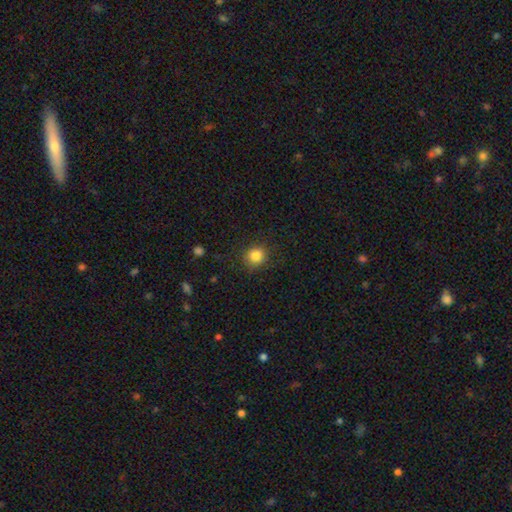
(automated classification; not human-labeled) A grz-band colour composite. It shows a smooth galaxy with no disk features (84%) that is round (86%). Merging: none (87%).